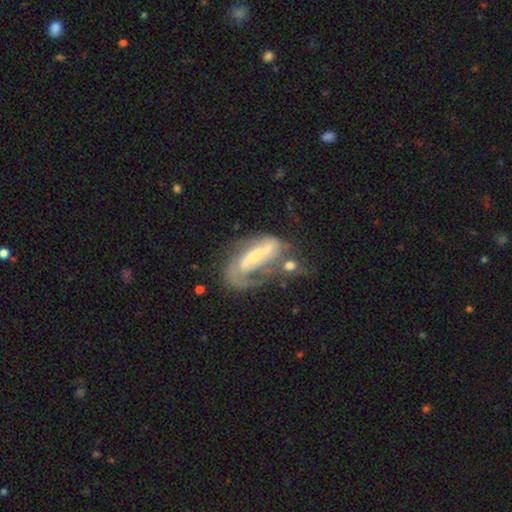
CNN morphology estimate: Smooth or featured: featured or disk — 80% (smooth — 14%)
Edge-on disk: no — 92% (yes — 8%)
Bar: strong — 52% (weak — 28%)
Spiral arms: yes — 87% (no — 13%)
Spiral winding: medium — 41% (loose — 30%)
Spiral arm count: 2 — 62% (1 — 22%)
Bulge size: small — 53% (moderate — 37%)
Merging: none — 40% (major disturbance — 26%)